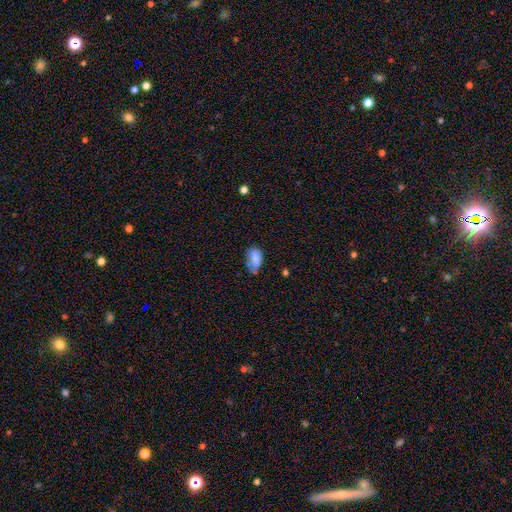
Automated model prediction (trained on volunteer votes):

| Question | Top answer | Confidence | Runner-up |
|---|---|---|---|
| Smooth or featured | smooth | 77% | featured or disk (13%) |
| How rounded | in between | 89% | round (9%) |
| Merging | none | 42% | minor disturbance (35%) |